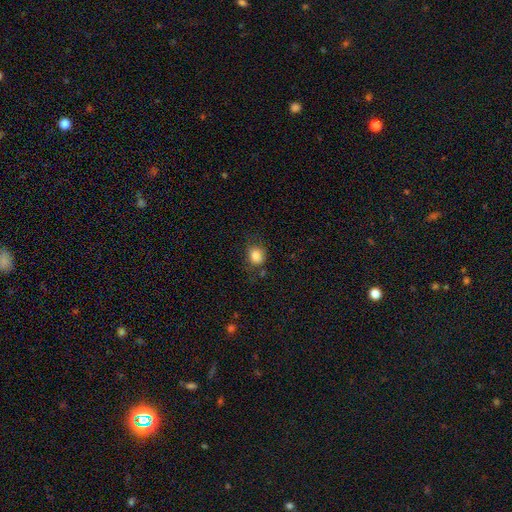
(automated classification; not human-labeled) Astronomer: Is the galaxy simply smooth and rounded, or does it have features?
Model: smooth — 84%.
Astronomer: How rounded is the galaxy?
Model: round — 65%.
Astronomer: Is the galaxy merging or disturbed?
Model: none — 66%.